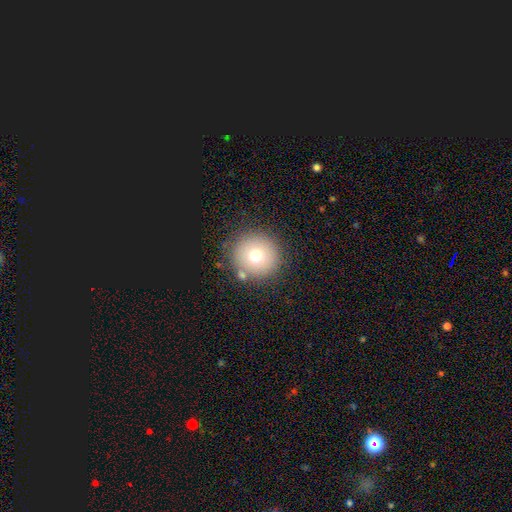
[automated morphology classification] This appears to be a smooth galaxy with no disk features (72%) that is round (95%). Merging: none (83%).